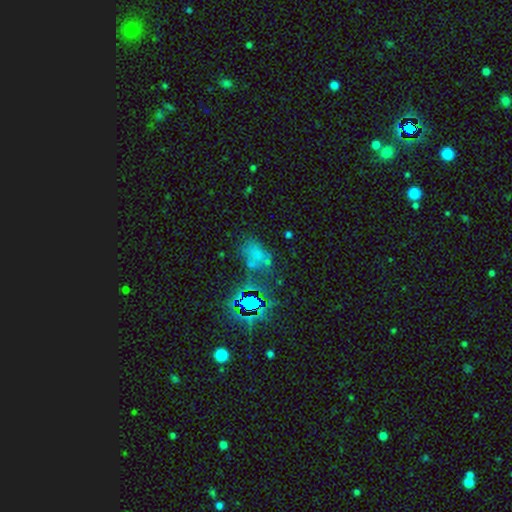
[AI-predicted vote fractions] A smooth galaxy with no disk features (50%). Merging: none (43%).